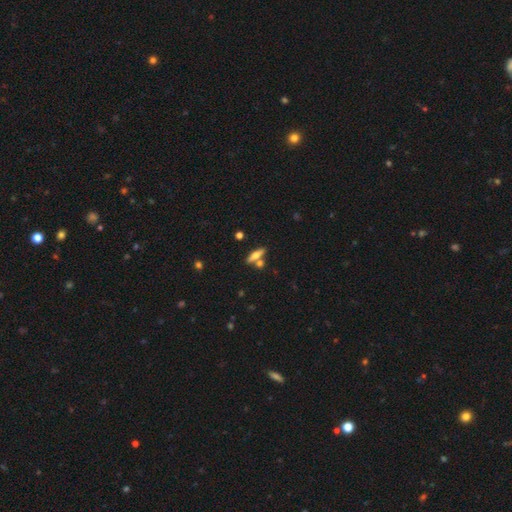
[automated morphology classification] This appears to be a featured or disk galaxy (47%). Merging: none (67%).